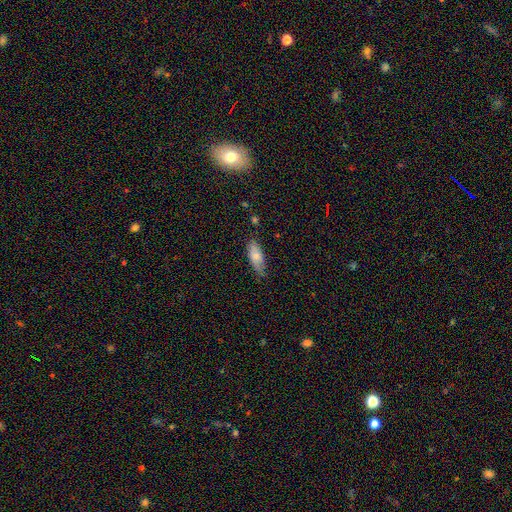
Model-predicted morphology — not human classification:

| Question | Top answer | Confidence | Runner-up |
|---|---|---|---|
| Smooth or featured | smooth | 77% | featured or disk (16%) |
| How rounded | in between | 75% | cigar-shaped (23%) |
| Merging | none | 72% | minor disturbance (22%) |